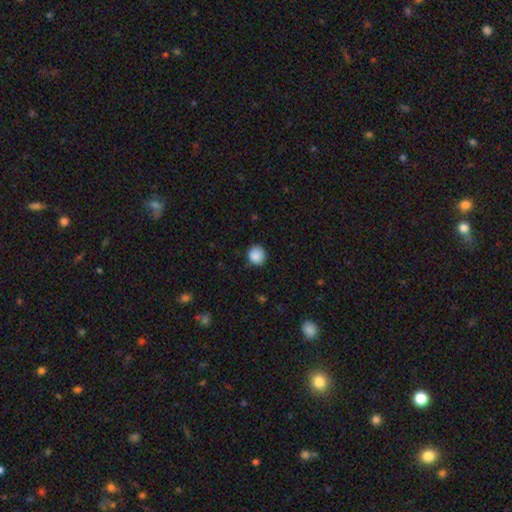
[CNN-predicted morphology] Smooth or featured? Predicted: smooth (p=0.88). How rounded? Predicted: round (p=0.89). Merging? Predicted: none (p=0.84).